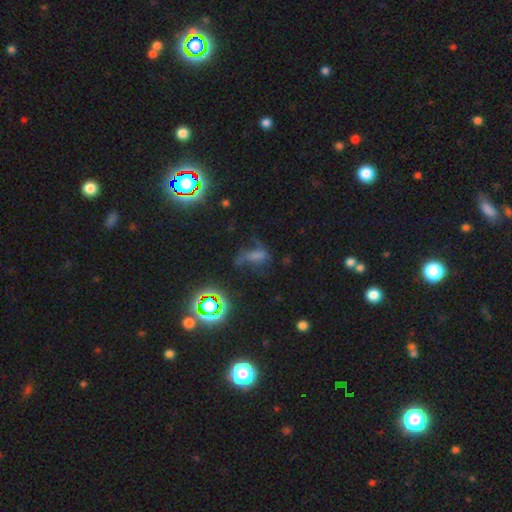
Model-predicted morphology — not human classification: Overall: star or artifact (40%; smooth 32%).